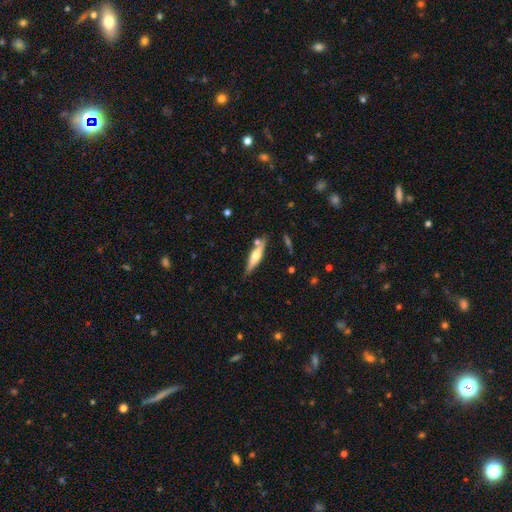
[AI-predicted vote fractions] The model was most divided on "smooth or featured": featured or disk: 58%, smooth: 36%, star or artifact: 6%. More confident: edge-on disk — yes (94%); edge-on bulge — rounded (89%); merging — none (77%).